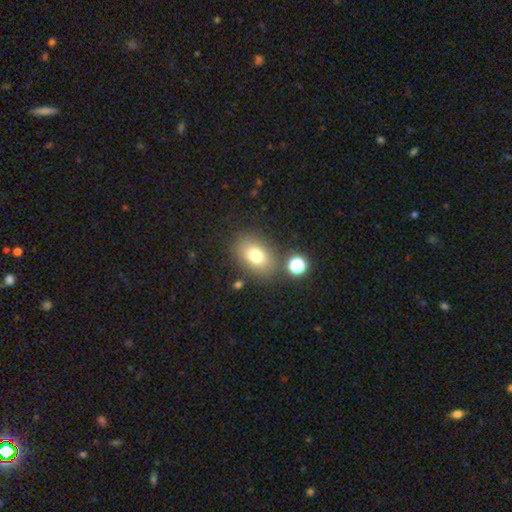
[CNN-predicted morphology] The model was most divided on "how rounded": in between: 77%, round: 22%, cigar-shaped: 1%. More confident: merging — none (78%); smooth or featured — smooth (76%).